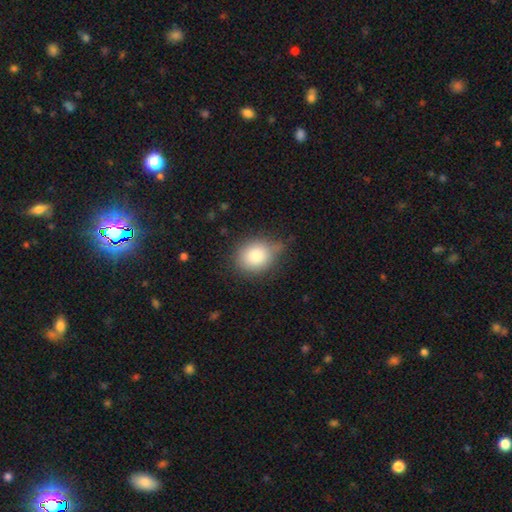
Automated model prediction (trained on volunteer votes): A smooth galaxy with no disk features (85%) that is round (64%).

Vote fractions:
- Smooth or featured? smooth: 85% / star or artifact: 8% / featured or disk: 7%
- How rounded? round: 64% / in between: 35% / cigar-shaped: 1%
- Merging? none: 60% / minor disturbance: 29% / major disturbance: 8% / merger: 3%